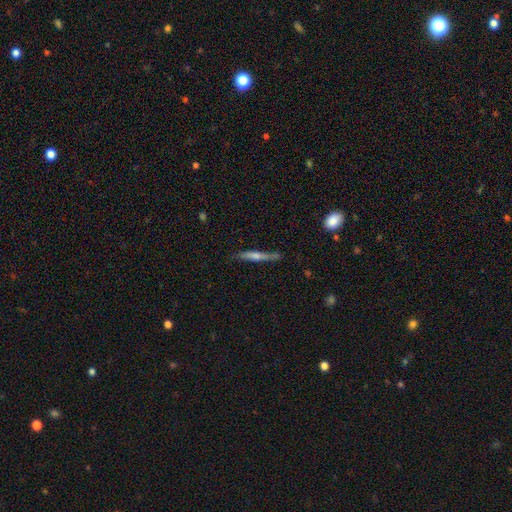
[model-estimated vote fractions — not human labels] smooth-or-featured: featured or disk: 66% | smooth: 27% | star or artifact: 7%
  disk-edge-on: yes: 95% | no: 5%
    edge-on-bulge: rounded: 74% | none: 17% | boxy: 8%
  merging: none: 82% | minor disturbance: 13% | major disturbance: 3% | merger: 2%